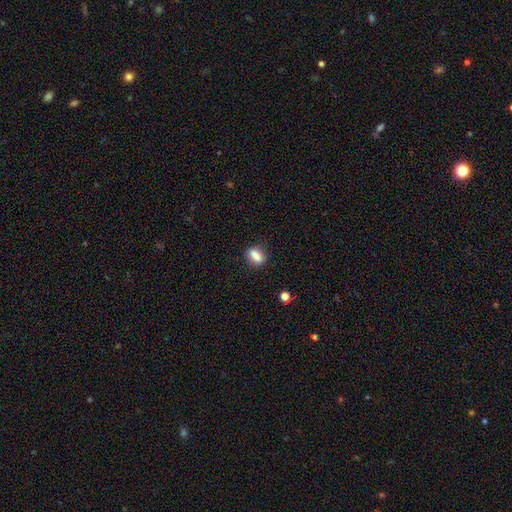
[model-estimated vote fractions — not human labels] Smooth or featured? smooth (78%)
How rounded? in between (61%)
Merging? none (82%)